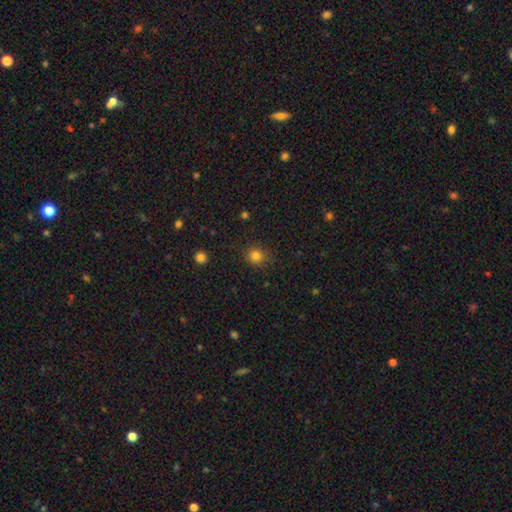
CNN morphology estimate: Smooth or featured: smooth — 82% (star or artifact — 14%)
How rounded: round — 90% (in between — 9%)
Merging: none — 87% (minor disturbance — 9%)